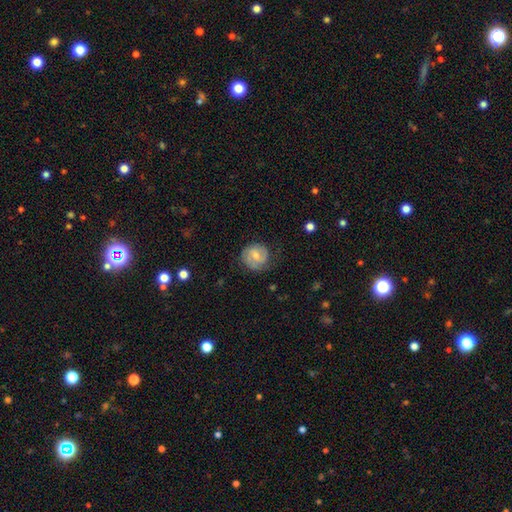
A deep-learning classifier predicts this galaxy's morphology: Overall: featured or disk (51%; smooth 42%). Edge-on disk: no (97%). Merging: none (70%).